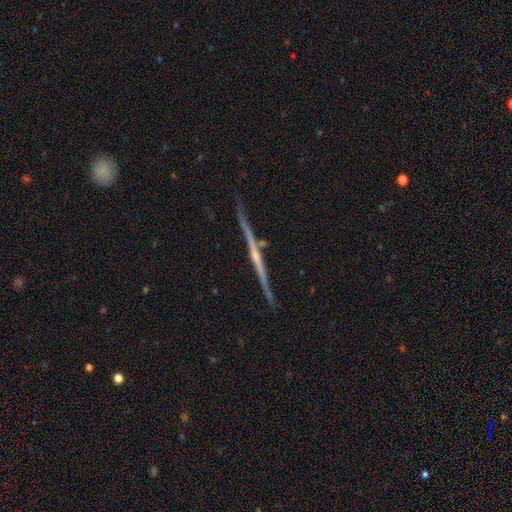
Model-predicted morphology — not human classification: Overall: featured or disk (83%). Edge-on disk: yes (98%). Edge-on bulge: rounded (56%; none 37%). Merging: none (89%).